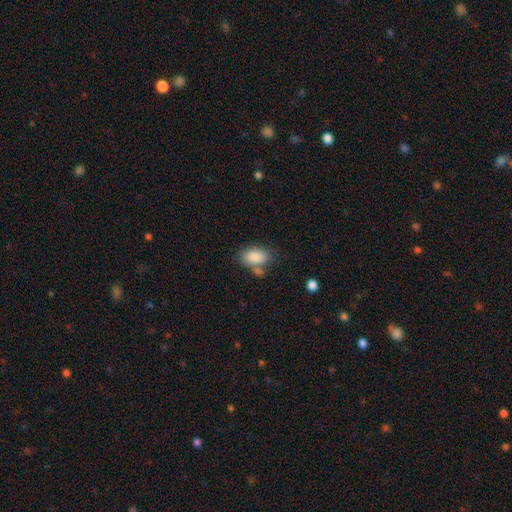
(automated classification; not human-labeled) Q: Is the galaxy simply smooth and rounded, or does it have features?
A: smooth — 86%.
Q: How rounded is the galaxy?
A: in between — 91%.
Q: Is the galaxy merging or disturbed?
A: none — 57%.